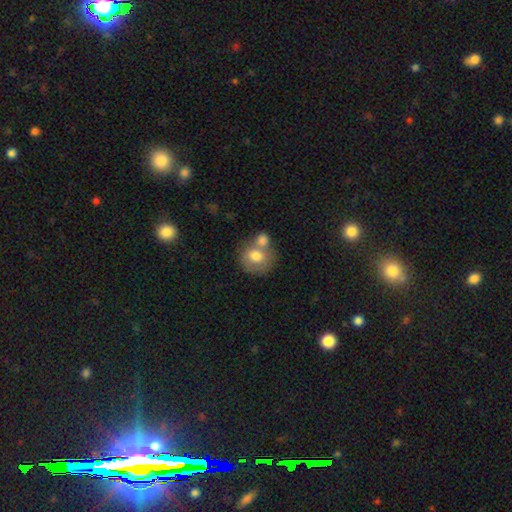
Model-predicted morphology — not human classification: A smooth galaxy with no disk features (72%) that is round (78%). Merging: merger (50%).